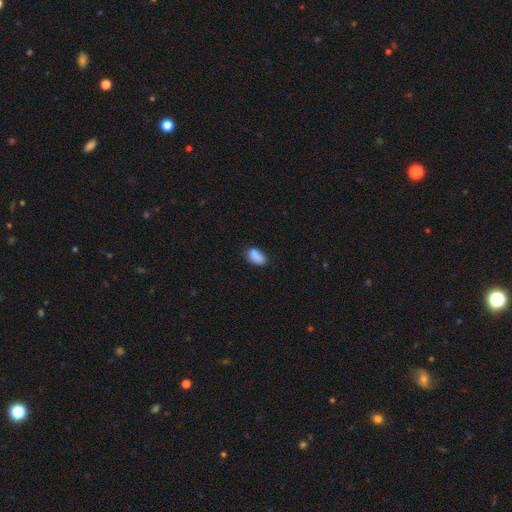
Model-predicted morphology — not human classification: smooth-or-featured: smooth: 83% | star or artifact: 9% | featured or disk: 8%
  how-rounded: in between: 89% | round: 7% | cigar-shaped: 4%
  merging: none: 60% | minor disturbance: 22% | merger: 12% | major disturbance: 6%